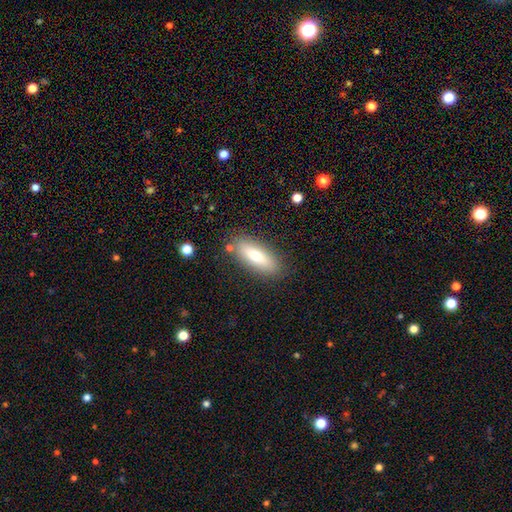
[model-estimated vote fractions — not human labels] Smooth or featured: smooth — 70% (featured or disk — 23%)
How rounded: in between — 61% (cigar-shaped — 37%)
Merging: none — 85% (minor disturbance — 10%)